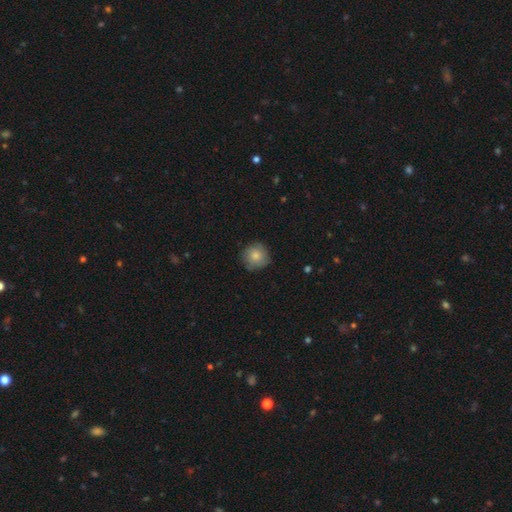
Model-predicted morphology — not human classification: type=smooth (82%); roundness=round (93%); merging=none (81%).